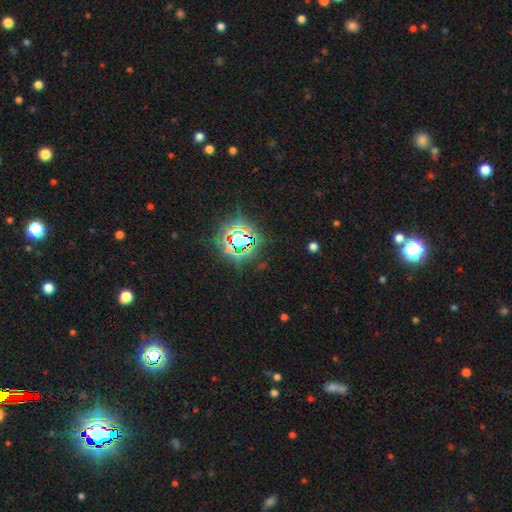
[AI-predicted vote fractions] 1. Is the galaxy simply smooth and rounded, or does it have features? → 82% star or artifact, 11% smooth, 7% featured or disk.